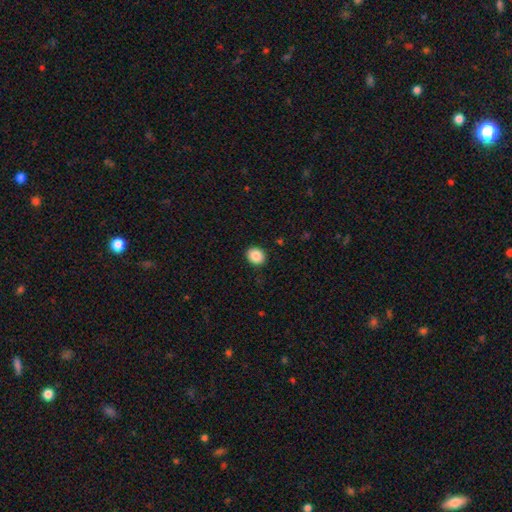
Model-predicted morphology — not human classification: smooth-or-featured: smooth: 87% | star or artifact: 9% | featured or disk: 4%
  how-rounded: round: 66% | in between: 33% | cigar-shaped: 1%
  merging: none: 91% | minor disturbance: 6% | major disturbance: 2% | merger: 1%